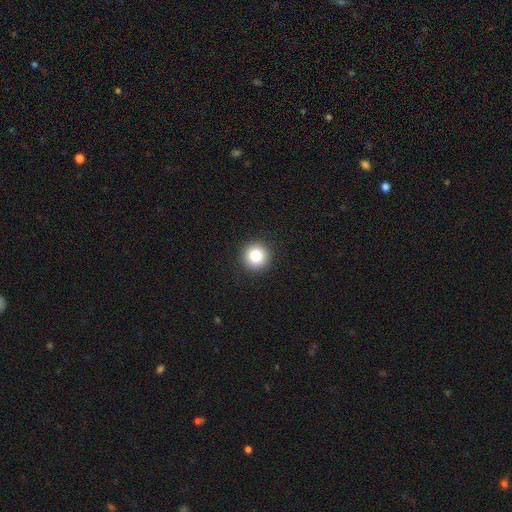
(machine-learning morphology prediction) Q: Smooth or featured?
A: smooth (84%); runner-up: star or artifact (10%)
Q: How rounded?
A: round (95%); runner-up: in between (4%)
Q: Merging?
A: none (93%); runner-up: minor disturbance (5%)